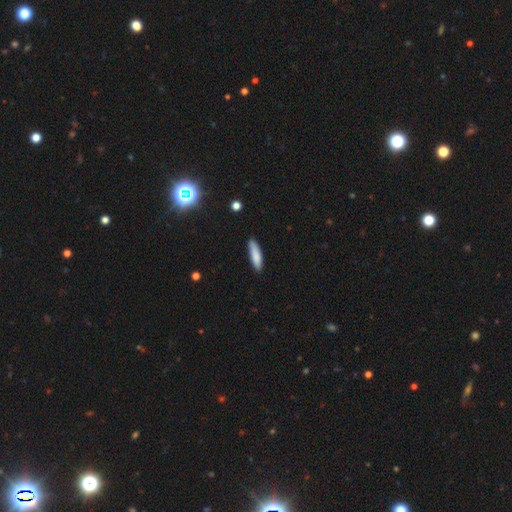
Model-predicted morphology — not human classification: The model was most divided on "how rounded": cigar-shaped: 69%, in between: 29%, round: 1%. More confident: smooth or featured — smooth (84%); merging — none (84%).